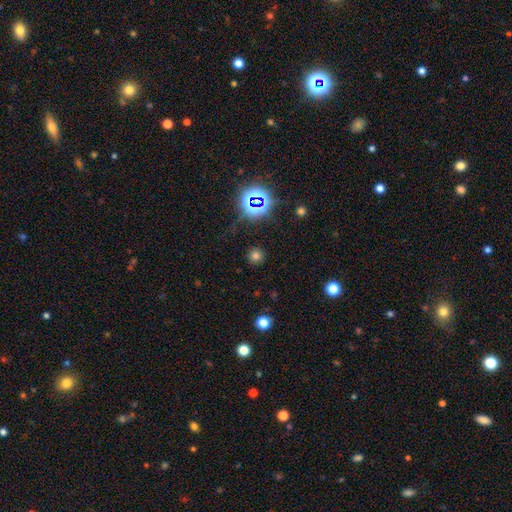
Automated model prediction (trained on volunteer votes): Smooth or featured: smooth — 67% (star or artifact — 26%)
How rounded: round — 93% (in between — 6%)
Merging: none — 88% (minor disturbance — 7%)